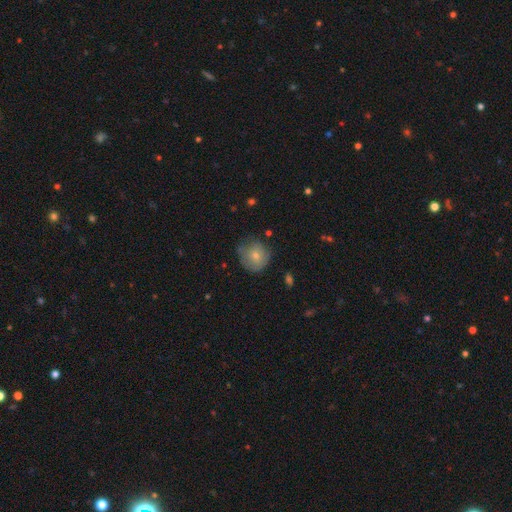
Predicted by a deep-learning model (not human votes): Smooth or featured? smooth (70%)
How rounded? round (88%)
Merging? none (62%)